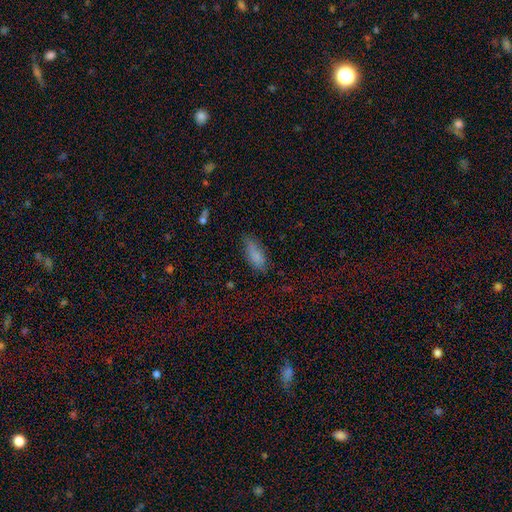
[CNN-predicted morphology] Smooth or featured? Predicted: smooth (p=0.80). How rounded? Predicted: in between (p=0.75). Merging? Predicted: none (p=0.63).